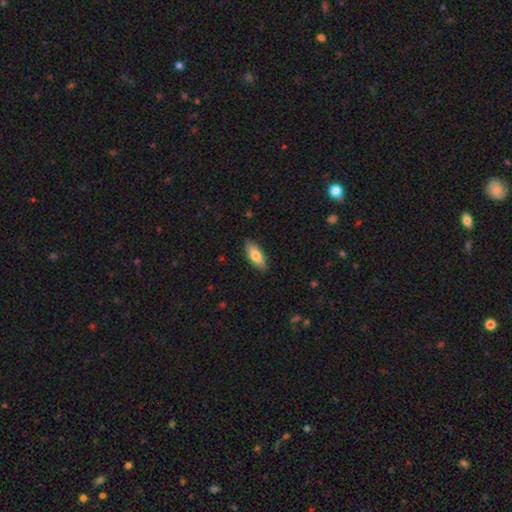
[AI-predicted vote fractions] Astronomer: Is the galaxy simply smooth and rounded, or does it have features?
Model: smooth — 77%.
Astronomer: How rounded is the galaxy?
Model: in between — 73%.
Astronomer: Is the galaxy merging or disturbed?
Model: none — 88%.